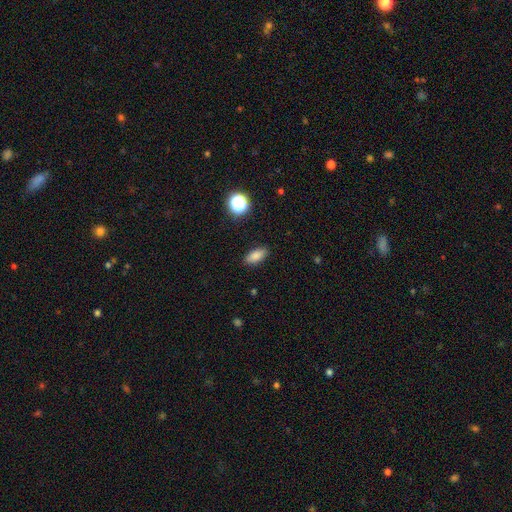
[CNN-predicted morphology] Smooth or featured?
  - smooth: 84% *
  - star or artifact: 10%
  - featured or disk: 6%
How rounded?
  - in between: 83% *
  - cigar-shaped: 12%
  - round: 5%
Merging?
  - none: 88% *
  - minor disturbance: 8%
  - major disturbance: 2%
  - merger: 1%